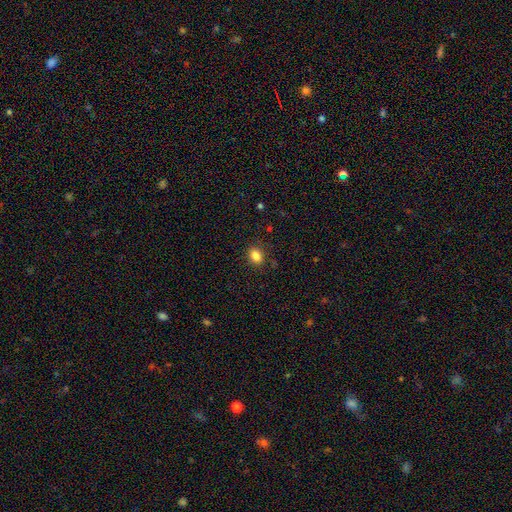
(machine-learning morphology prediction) This is clearly a smooth galaxy (84%). How rounded: possibly in between (58%). Merging: clearly none (85%).